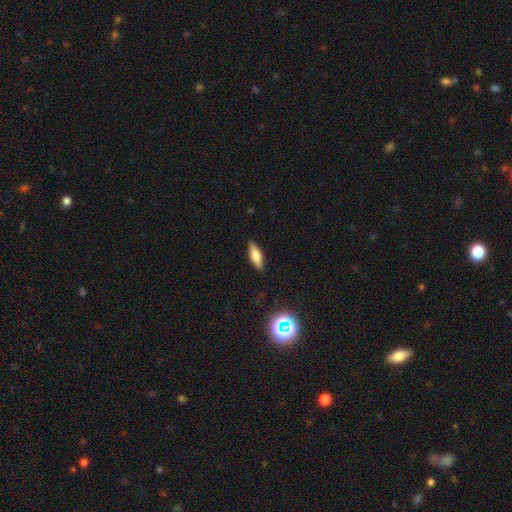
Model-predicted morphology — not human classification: This is likely a smooth galaxy (72%). How rounded: possibly in between (59%). Merging: clearly none (87%).